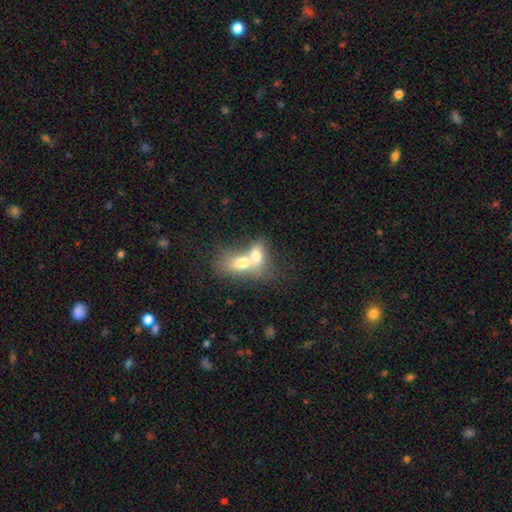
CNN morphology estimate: This appears to be a smooth galaxy with no disk features (67%) that is in between round and cigar-shaped (78%). Merging: merger (80%).